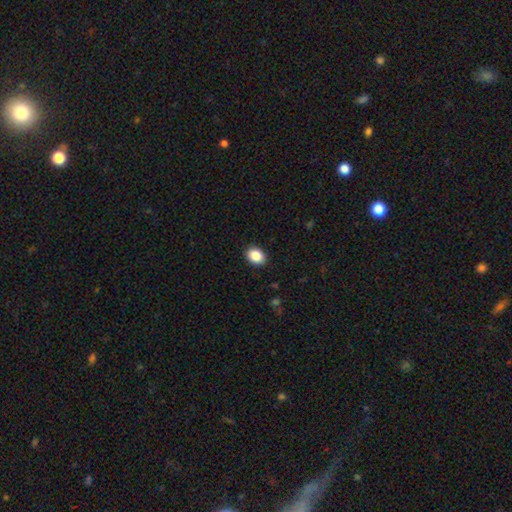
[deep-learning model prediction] The model was most divided on "how rounded": in between: 60%, round: 39%, cigar-shaped: 1%. More confident: merging — none (91%); smooth or featured — smooth (88%).